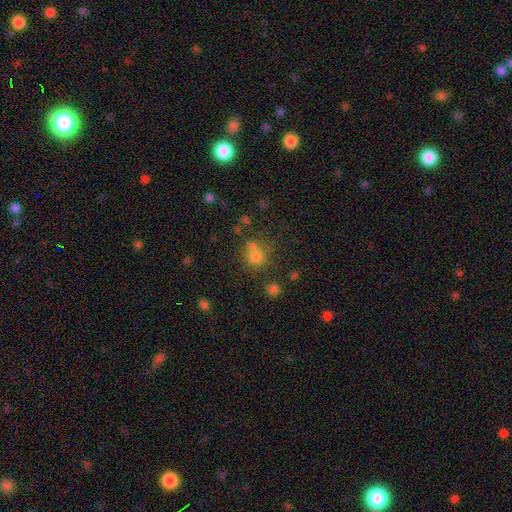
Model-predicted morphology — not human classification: This appears to be a smooth galaxy with no disk features (69%) that is round (79%). Merging: none (52%).